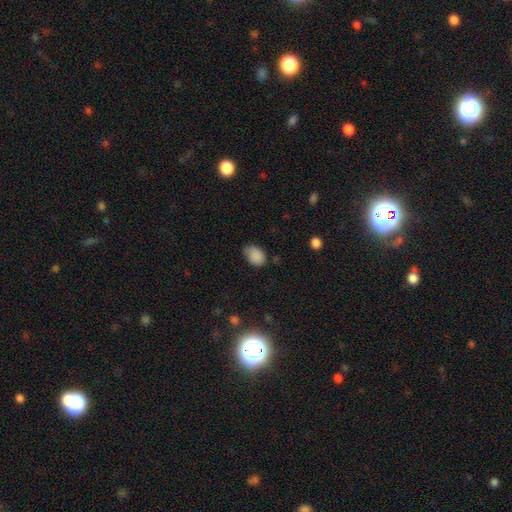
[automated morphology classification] smooth 87%, star or artifact 9%, featured or disk 4%. Down the decision tree: how rounded — in between (78%); merging — none (65%).